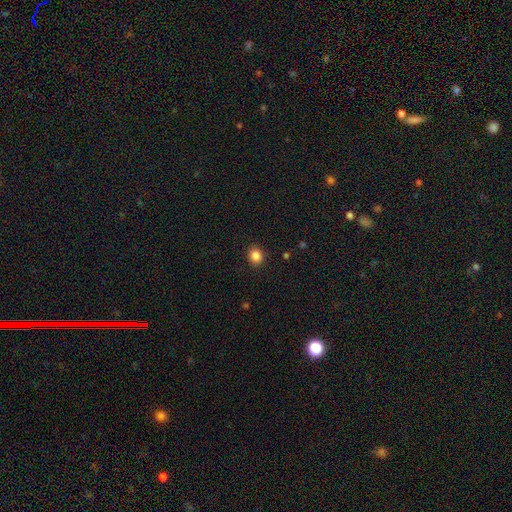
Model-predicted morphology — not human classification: smooth-or-featured: smooth: 86% | star or artifact: 10% | featured or disk: 4%
  how-rounded: round: 75% | in between: 25% | cigar-shaped: 1%
  merging: none: 91% | minor disturbance: 6% | major disturbance: 2% | merger: 1%